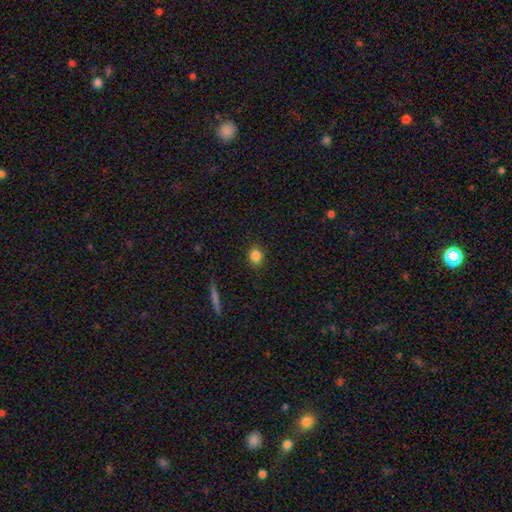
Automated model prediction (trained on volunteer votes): This appears to be a smooth galaxy with no disk features (84%) that is round (66%). Merging: none (87%).